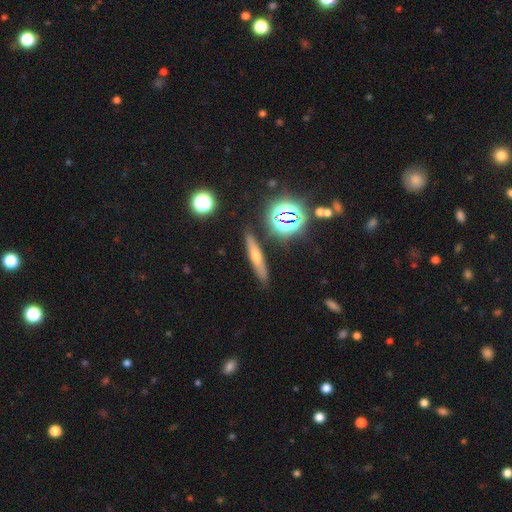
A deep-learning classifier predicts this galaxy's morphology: smooth-or-featured: featured or disk: 44% | smooth: 34% | star or artifact: 22%
  merging: none: 87% | minor disturbance: 8% | merger: 3% | major disturbance: 2%